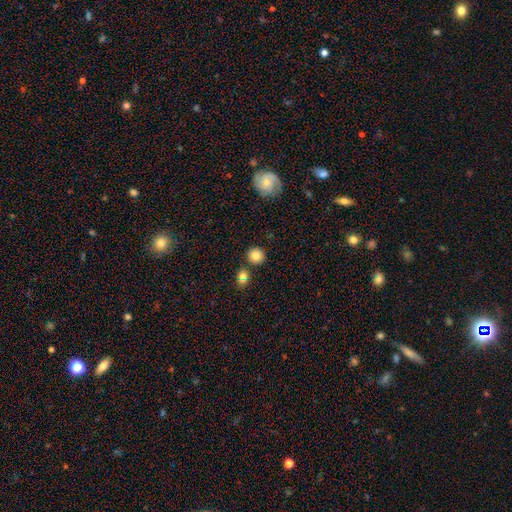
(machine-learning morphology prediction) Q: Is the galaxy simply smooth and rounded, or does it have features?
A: smooth — 85%.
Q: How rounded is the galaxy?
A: round — 90%.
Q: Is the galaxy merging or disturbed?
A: none — 81%.